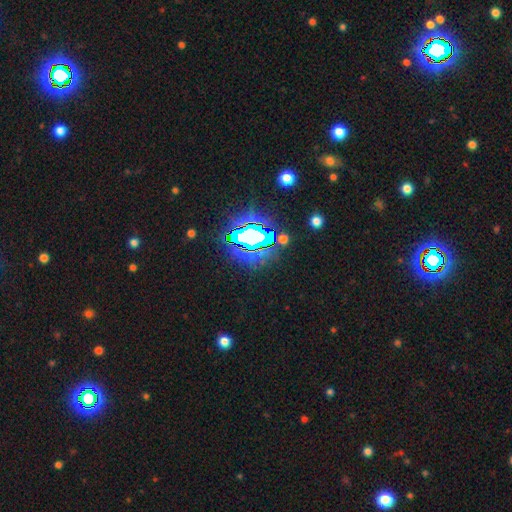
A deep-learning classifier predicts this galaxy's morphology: Smooth or featured? Predicted: star or artifact (p=0.85).